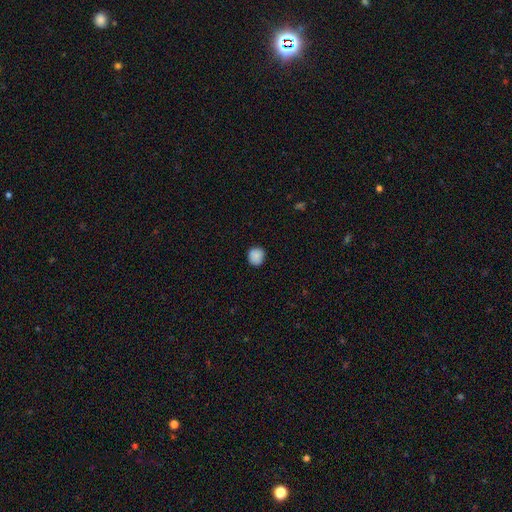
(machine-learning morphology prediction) type=smooth (88%); roundness=round (87%); merging=none (87%).